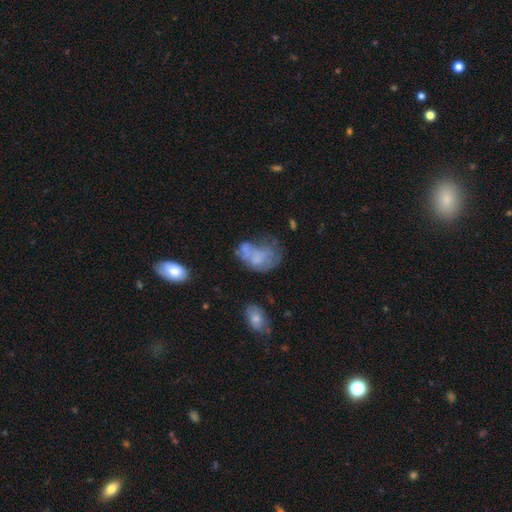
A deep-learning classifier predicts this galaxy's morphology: A smooth galaxy with no disk features (47%).

Vote fractions:
- Smooth or featured? smooth: 47% / featured or disk: 40% / star or artifact: 13%
- Merging? major disturbance: 30% / none: 28% / minor disturbance: 24% / merger: 18%